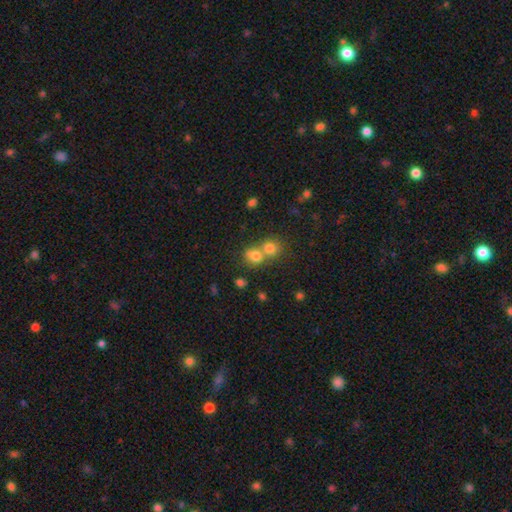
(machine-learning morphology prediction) smooth_or_featured: smooth (p=0.73) [alt: star or artifact p=0.14]
how_rounded: round (p=0.69) [alt: in between p=0.30]
merging: merger (p=0.60) [alt: none p=0.31]